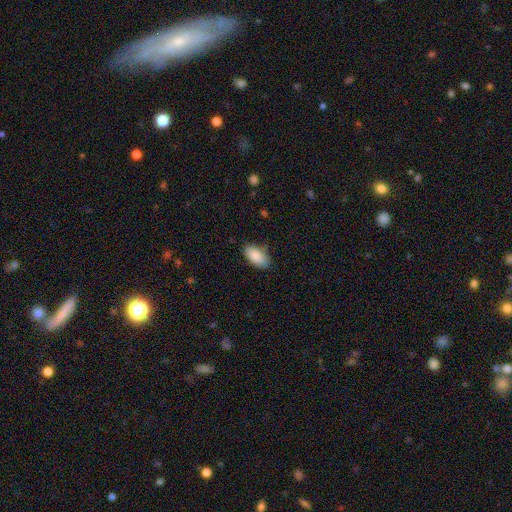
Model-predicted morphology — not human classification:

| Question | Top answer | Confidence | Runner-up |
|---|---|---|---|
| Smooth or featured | smooth | 89% | star or artifact (6%) |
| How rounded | in between | 94% | cigar-shaped (3%) |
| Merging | none | 81% | minor disturbance (15%) |